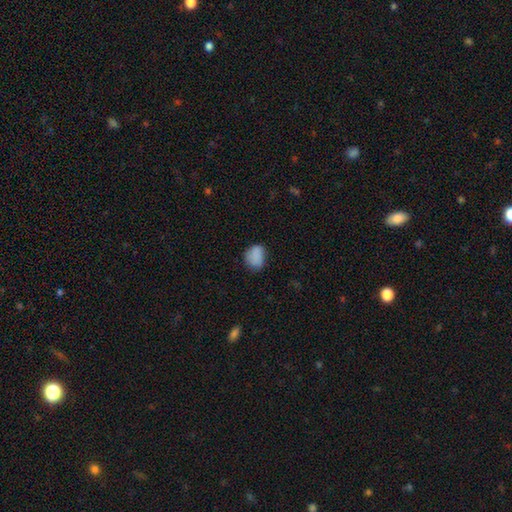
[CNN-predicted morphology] Smooth or featured: smooth — 84% (star or artifact — 10%)
How rounded: in between — 65% (round — 34%)
Merging: none — 58% (minor disturbance — 31%)